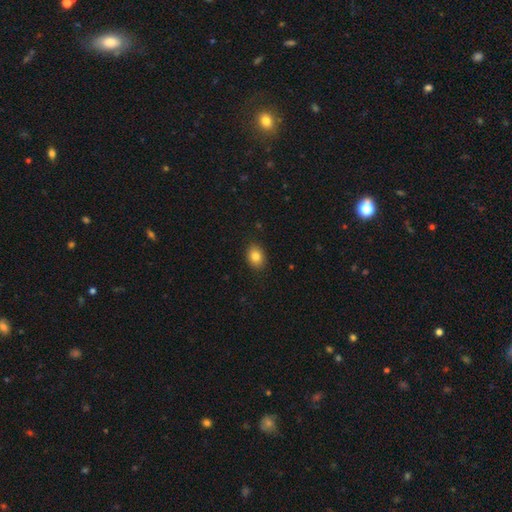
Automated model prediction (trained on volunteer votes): A smooth galaxy with no disk features (84%) that is in between round and cigar-shaped (65%). Merging: none (89%).